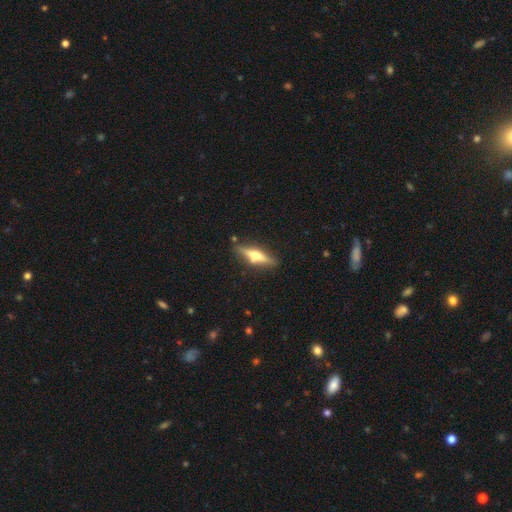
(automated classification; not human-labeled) Morphology: type=featured or disk (63%); edge-on=yes (95%); edge-on bulge=rounded (89%); merging=none (85%).